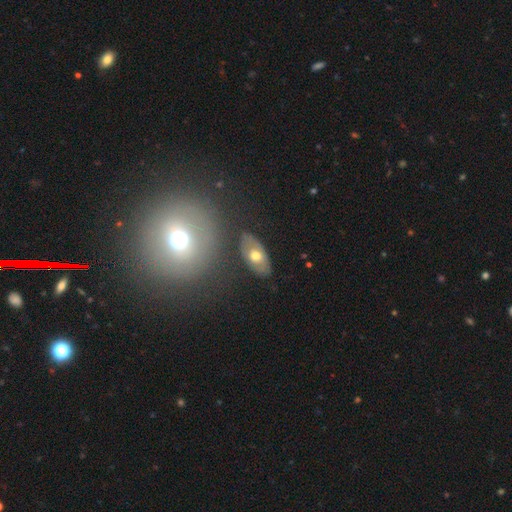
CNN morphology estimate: smooth-or-featured: smooth: 52% | featured or disk: 41% | star or artifact: 7%
  how-rounded: in between: 91% | round: 6% | cigar-shaped: 4%
  merging: none: 80% | minor disturbance: 13% | major disturbance: 4% | merger: 3%